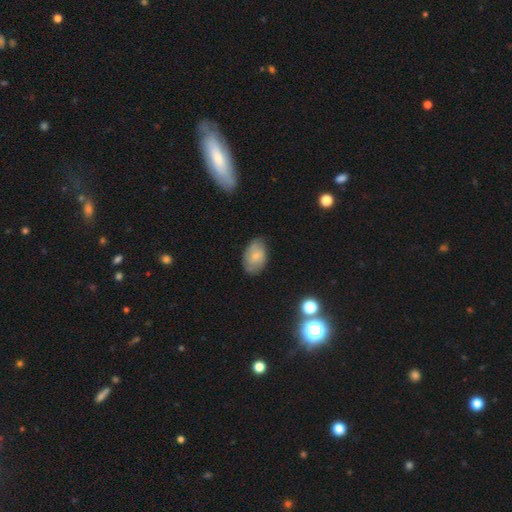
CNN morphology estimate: Smooth or featured? Predicted: smooth (p=0.61). How rounded? Predicted: in between (p=0.87). Merging? Predicted: none (p=0.72).